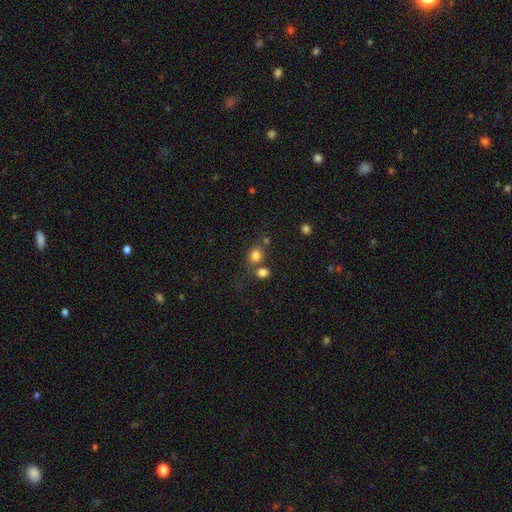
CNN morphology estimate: Overall: smooth (79%). How rounded: round (54%; in between 45%). Merging: none (57%; merger 25%).